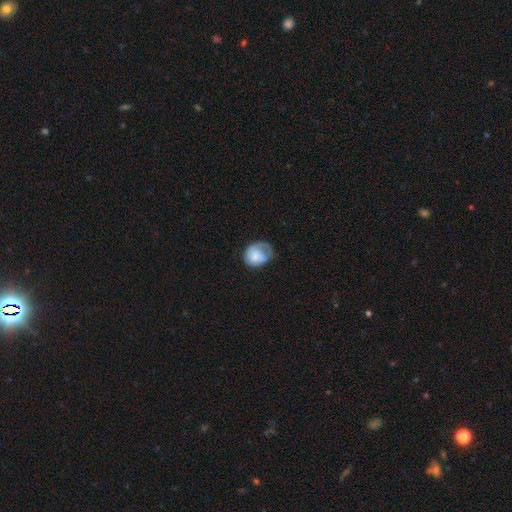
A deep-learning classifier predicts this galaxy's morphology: smooth-or-featured: smooth: 72% | featured or disk: 21% | star or artifact: 7%
  how-rounded: round: 53% | in between: 46% | cigar-shaped: 1%
  merging: minor disturbance: 34% | none: 32% | major disturbance: 32% | merger: 2%